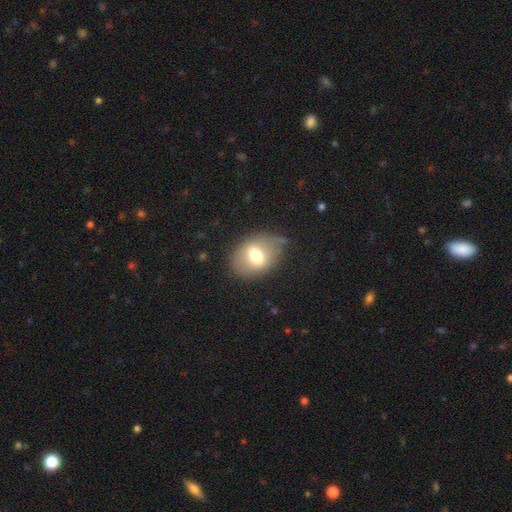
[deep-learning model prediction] The model was most divided on "how rounded": in between: 64%, round: 35%, cigar-shaped: 1%. More confident: merging — none (68%); smooth or featured — smooth (64%).